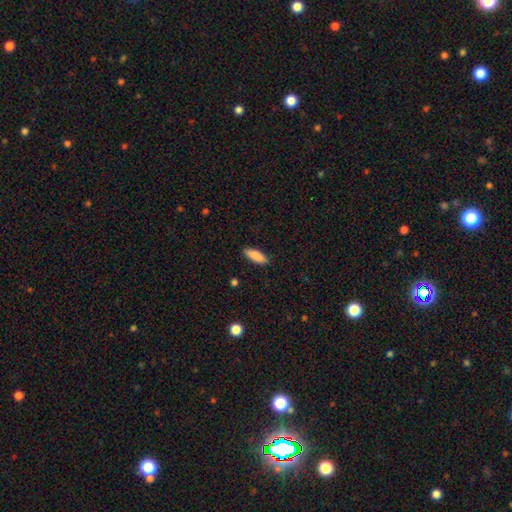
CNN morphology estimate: Smooth or featured: smooth — 87% (featured or disk — 7%)
How rounded: in between — 63% (cigar-shaped — 35%)
Merging: none — 88% (minor disturbance — 9%)